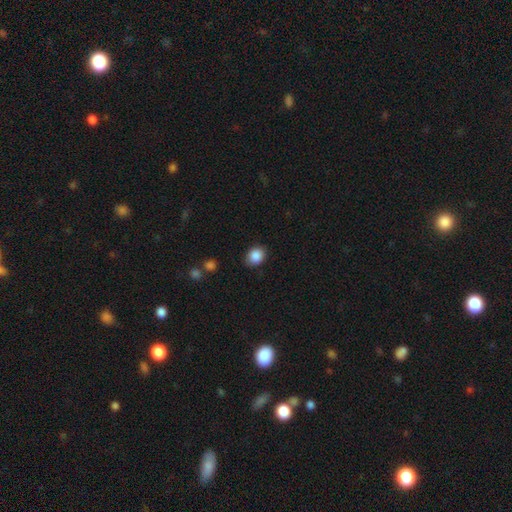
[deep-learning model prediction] A smooth galaxy with no disk features (87%) that is round (51%). Merging: none (83%).